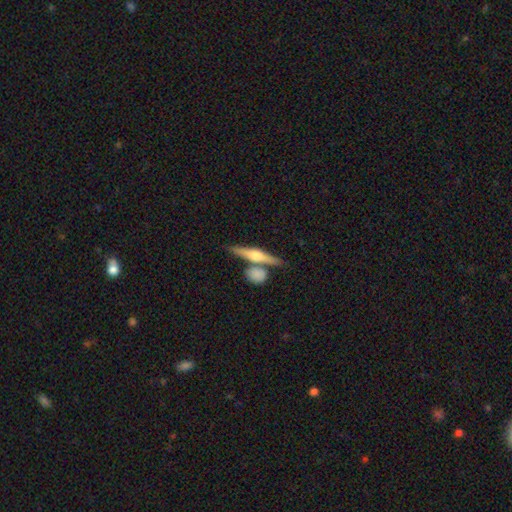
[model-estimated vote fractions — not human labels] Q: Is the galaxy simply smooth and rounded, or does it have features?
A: featured or disk — 64%.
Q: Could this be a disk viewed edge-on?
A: yes — 96%.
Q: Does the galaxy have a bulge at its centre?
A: rounded — 88%.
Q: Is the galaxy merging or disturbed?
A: none — 70%.